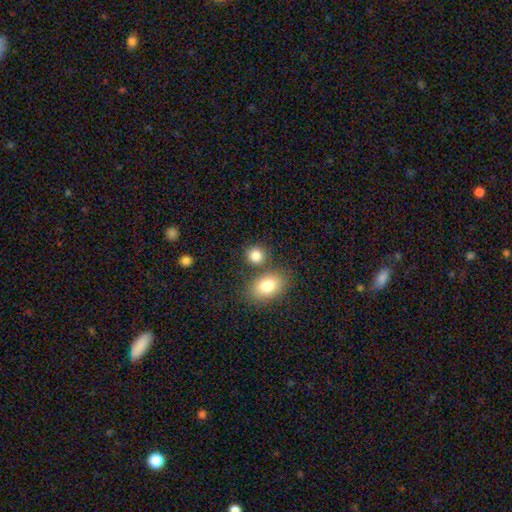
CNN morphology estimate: This appears to be a smooth galaxy with no disk features (84%) that is round (72%). Merging: none (69%).